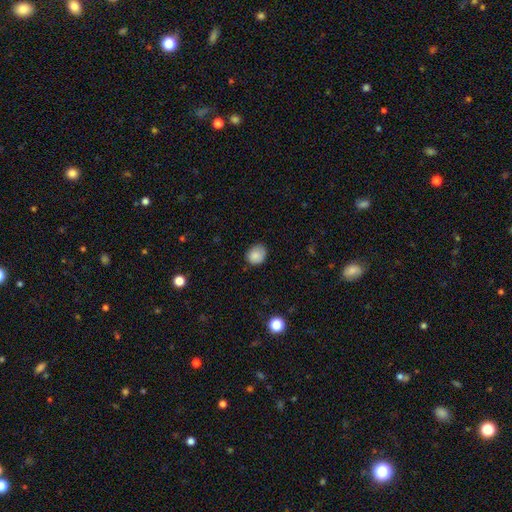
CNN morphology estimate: A smooth galaxy with no disk features (85%) that is round (69%).

Vote fractions:
- Smooth or featured? smooth: 85% / star or artifact: 9% / featured or disk: 5%
- How rounded? round: 69% / in between: 30% / cigar-shaped: 1%
- Merging? none: 75% / minor disturbance: 21% / major disturbance: 3% / merger: 1%